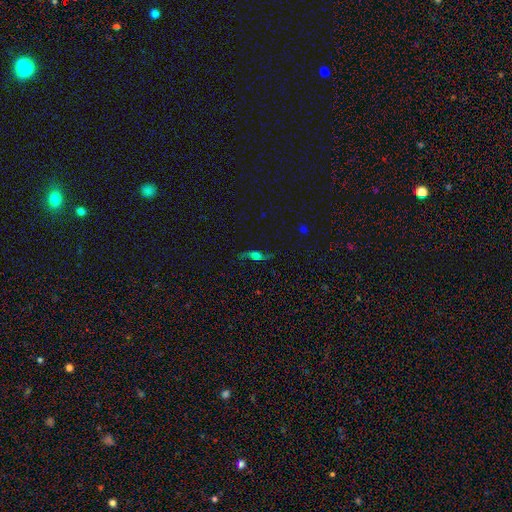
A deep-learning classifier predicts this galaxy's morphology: Smooth or featured? featured or disk (67%)
Edge-on disk? no (69%)
Merging? none (74%)